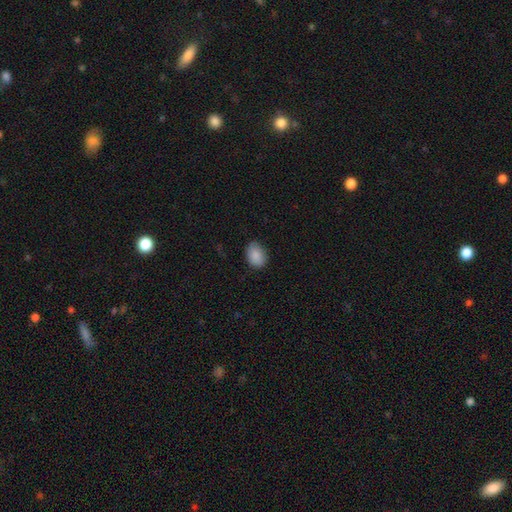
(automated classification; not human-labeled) Overall: smooth (89%). How rounded: in between (75%). Merging: none (81%).